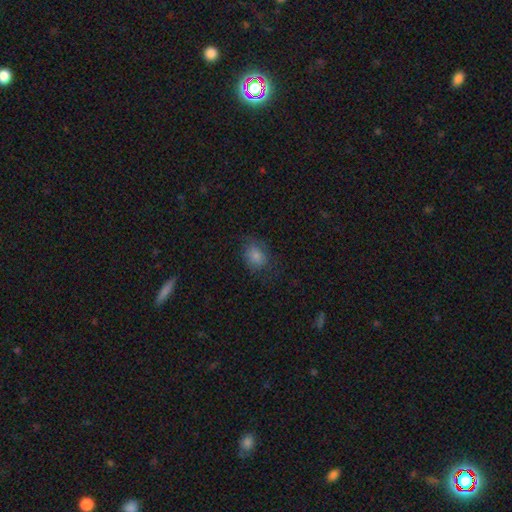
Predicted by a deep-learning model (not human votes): A smooth galaxy with no disk features (75%) that is in between round and cigar-shaped (58%).

Vote fractions:
- Smooth or featured? smooth: 75% / star or artifact: 13% / featured or disk: 13%
- How rounded? in between: 58% / round: 40% / cigar-shaped: 2%
- Merging? none: 68% / minor disturbance: 21% / major disturbance: 10% / merger: 1%